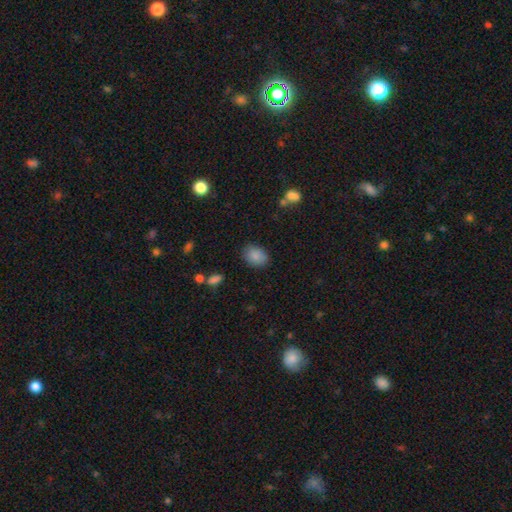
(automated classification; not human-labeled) A smooth galaxy with no disk features (87%) that is in between round and cigar-shaped (71%).

Vote fractions:
- Smooth or featured? smooth: 87% / star or artifact: 8% / featured or disk: 5%
- How rounded? in between: 71% / round: 28% / cigar-shaped: 1%
- Merging? none: 84% / minor disturbance: 11% / major disturbance: 3% / merger: 1%